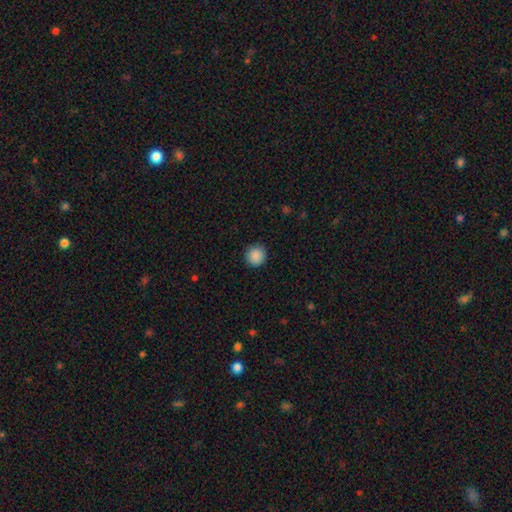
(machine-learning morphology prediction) A smooth galaxy with no disk features (89%) that is round (93%). Merging: none (91%).